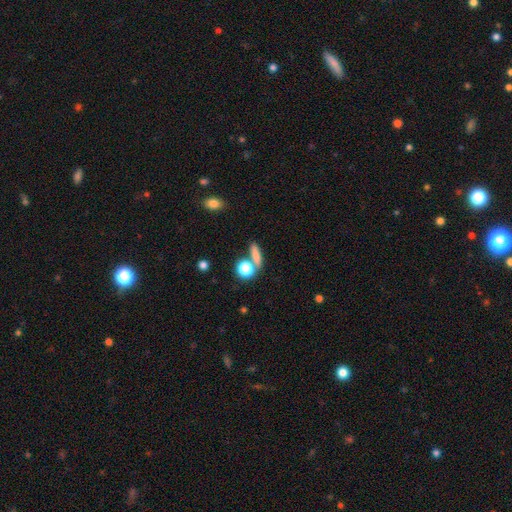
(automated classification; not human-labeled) A smooth galaxy with no disk features (78%) that is cigar-shaped (37%).

Vote fractions:
- Smooth or featured? smooth: 78% / star or artifact: 11% / featured or disk: 11%
- How rounded? cigar-shaped: 37% / round: 32% / in between: 30%
- Merging? none: 61% / merger: 24% / minor disturbance: 10% / major disturbance: 5%